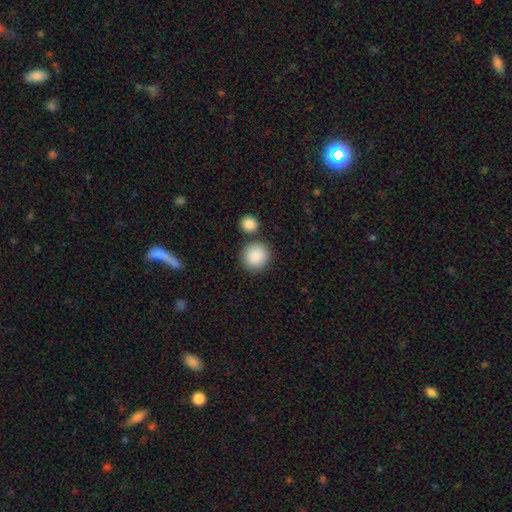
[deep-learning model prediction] Smooth or featured? smooth (89%)
How rounded? round (89%)
Merging? none (78%)